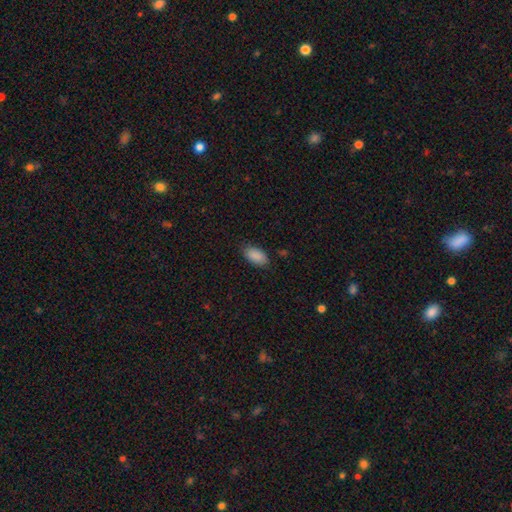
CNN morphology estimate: Overall: smooth (90%). How rounded: in between (94%). Merging: none (83%).